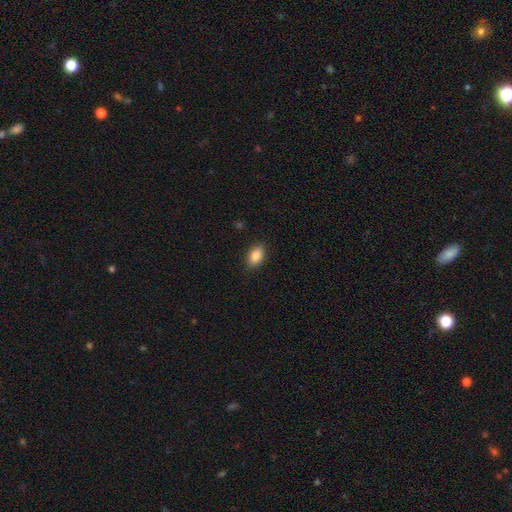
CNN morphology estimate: The model was most divided on "how rounded": in between: 87%, round: 11%, cigar-shaped: 2%. More confident: merging — none (87%); smooth or featured — smooth (85%).